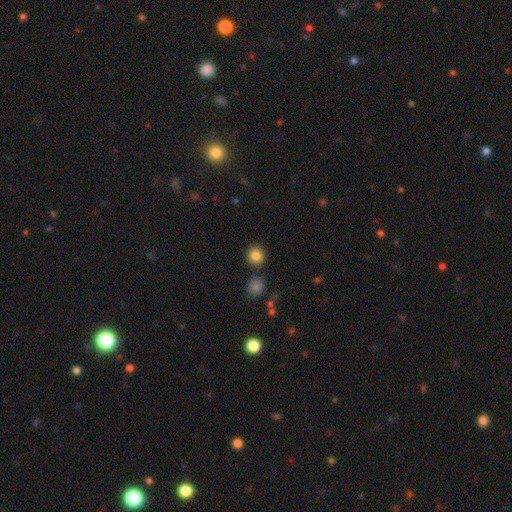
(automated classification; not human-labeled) smooth_or_featured: smooth (p=0.85) [alt: star or artifact p=0.10]
how_rounded: round (p=0.84) [alt: in between p=0.15]
merging: none (p=0.84) [alt: minor disturbance p=0.08]